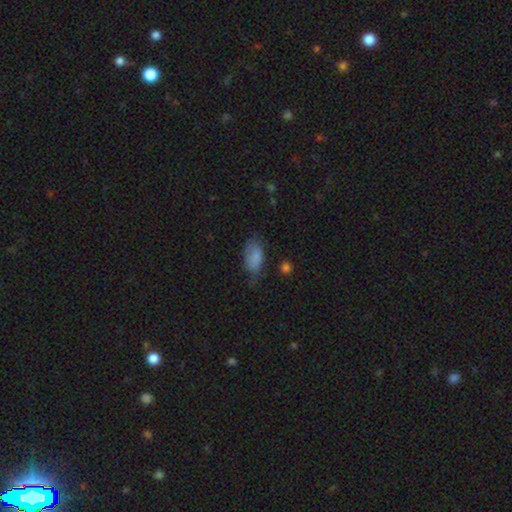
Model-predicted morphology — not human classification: Q: Smooth or featured?
A: smooth (79%); runner-up: featured or disk (11%)
Q: How rounded?
A: in between (91%); runner-up: cigar-shaped (5%)
Q: Merging?
A: none (54%); runner-up: minor disturbance (33%)